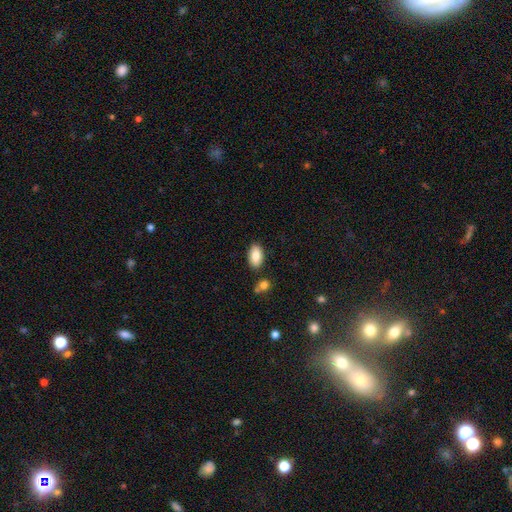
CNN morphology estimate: Q: Smooth or featured?
A: smooth (84%); runner-up: featured or disk (9%)
Q: How rounded?
A: in between (93%); runner-up: round (4%)
Q: Merging?
A: none (83%); runner-up: minor disturbance (10%)